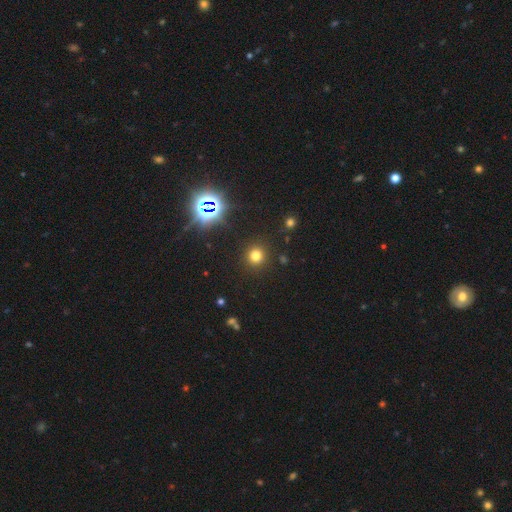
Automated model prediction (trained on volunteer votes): Smooth or featured? Predicted: smooth (p=0.72). How rounded? Predicted: round (p=0.92). Merging? Predicted: none (p=0.91).